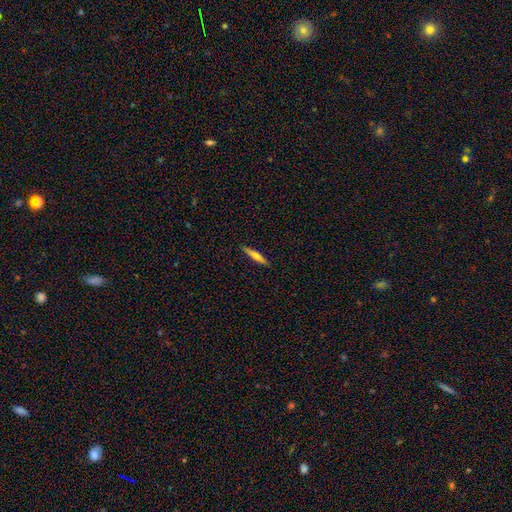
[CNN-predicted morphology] smooth_or_featured: smooth (p=0.62) [alt: featured or disk p=0.32]
how_rounded: cigar-shaped (p=0.90) [alt: in between p=0.08]
merging: none (p=0.90) [alt: minor disturbance p=0.08]